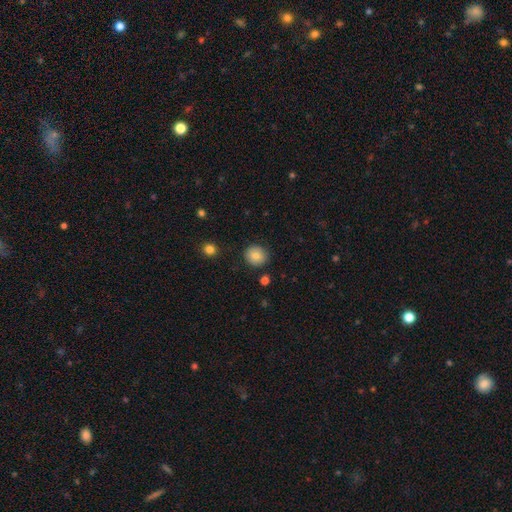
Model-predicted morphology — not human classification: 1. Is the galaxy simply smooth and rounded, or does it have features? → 83% smooth, 9% star or artifact, 8% featured or disk.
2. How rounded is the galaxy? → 89% round, 10% in between, 1% cigar-shaped.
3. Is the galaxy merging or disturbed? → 89% none, 7% minor disturbance, 2% major disturbance, 2% merger.